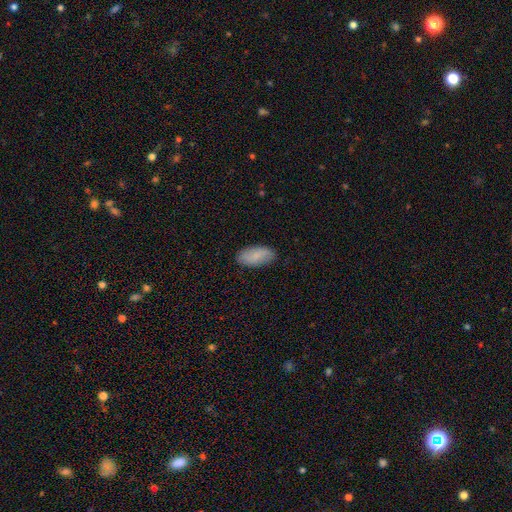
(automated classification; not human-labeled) smooth 78%, featured or disk 16%, star or artifact 6%. Down the decision tree: how rounded — in between (91%); merging — none (85%).